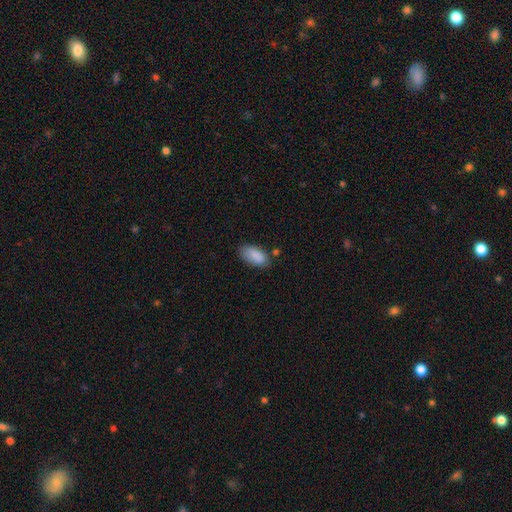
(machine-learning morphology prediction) smooth_or_featured: smooth (p=0.88) [alt: star or artifact p=0.07]
how_rounded: in between (p=0.91) [alt: cigar-shaped p=0.07]
merging: none (p=0.71) [alt: minor disturbance p=0.20]